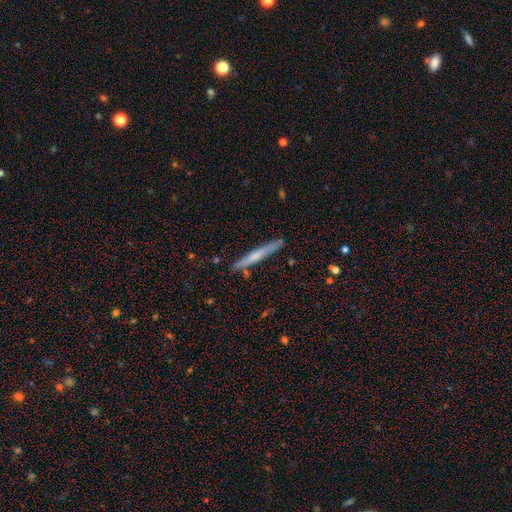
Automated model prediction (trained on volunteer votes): Smooth or featured: smooth — 49% (featured or disk — 45%)
Merging: none — 87% (minor disturbance — 9%)